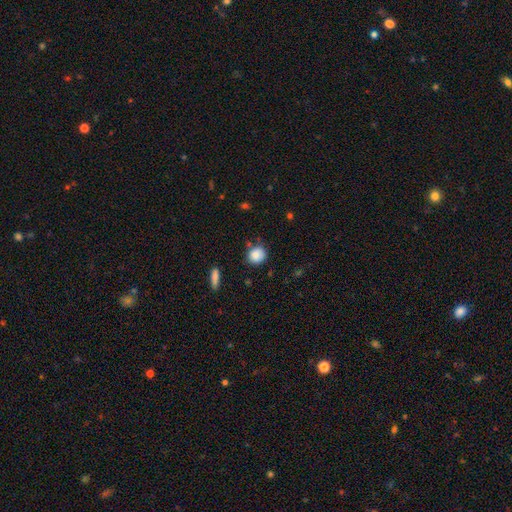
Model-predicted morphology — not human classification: smooth_or_featured: smooth (p=0.85) [alt: star or artifact p=0.08]
how_rounded: round (p=0.83) [alt: in between p=0.16]
merging: none (p=0.77) [alt: minor disturbance p=0.16]